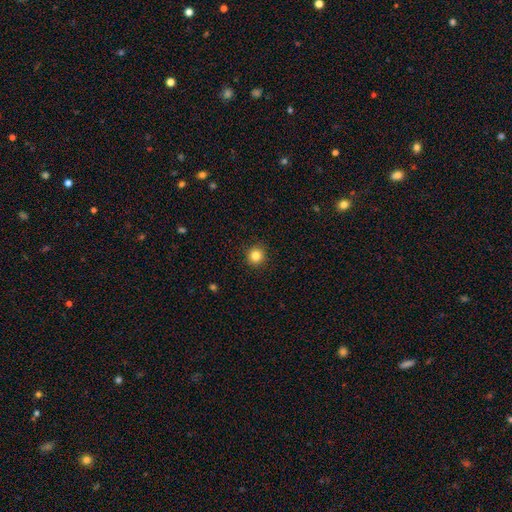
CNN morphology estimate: Q: Smooth or featured?
A: smooth (83%); runner-up: star or artifact (12%)
Q: How rounded?
A: round (94%); runner-up: in between (5%)
Q: Merging?
A: none (92%); runner-up: minor disturbance (5%)